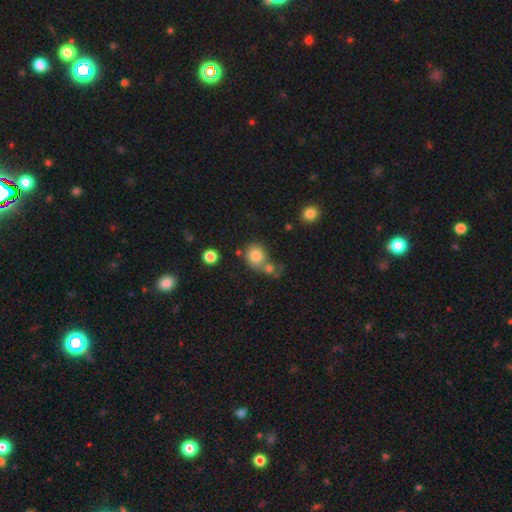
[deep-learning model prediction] Smooth or featured? smooth (82%)
How rounded? round (77%)
Merging? none (51%)